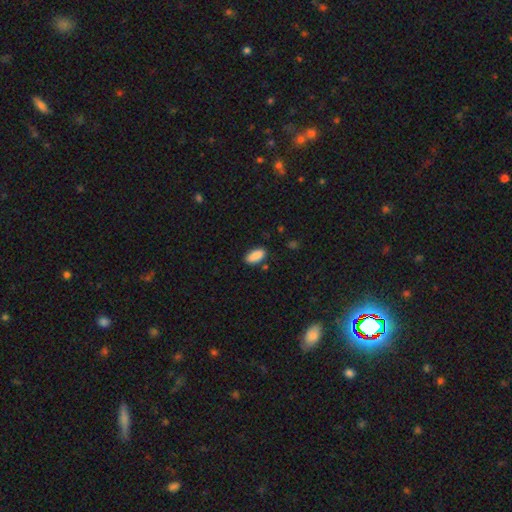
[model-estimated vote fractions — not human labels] Smooth or featured: smooth — 89% (star or artifact — 7%)
How rounded: in between — 90% (cigar-shaped — 7%)
Merging: none — 83% (minor disturbance — 12%)